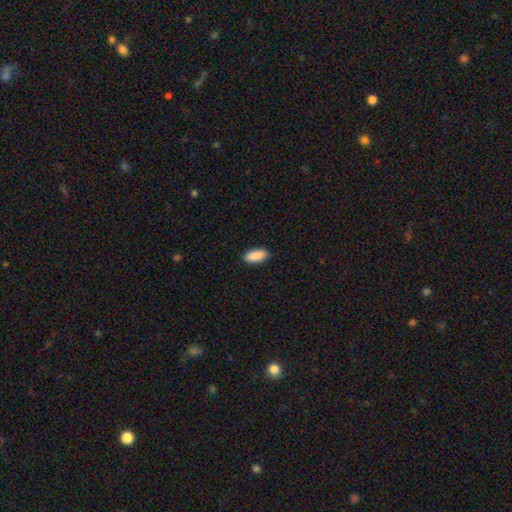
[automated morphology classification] Smooth or featured?
  - smooth: 90% *
  - star or artifact: 6%
  - featured or disk: 3%
How rounded?
  - in between: 86% *
  - cigar-shaped: 12%
  - round: 2%
Merging?
  - none: 89% *
  - minor disturbance: 8%
  - major disturbance: 2%
  - merger: 1%